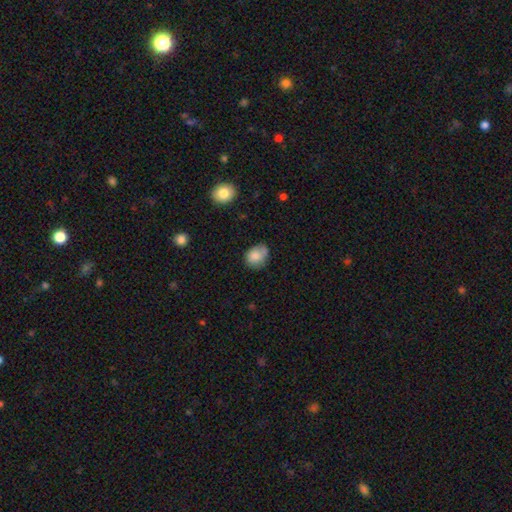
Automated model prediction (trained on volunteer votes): This is likely a smooth galaxy (78%). How rounded: possibly in between (55%). Merging: possibly none (48%).